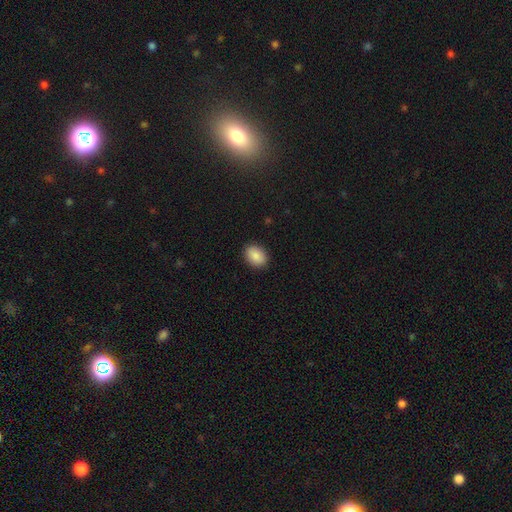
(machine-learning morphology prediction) type=smooth (89%); roundness=in between (75%); merging=none (90%).